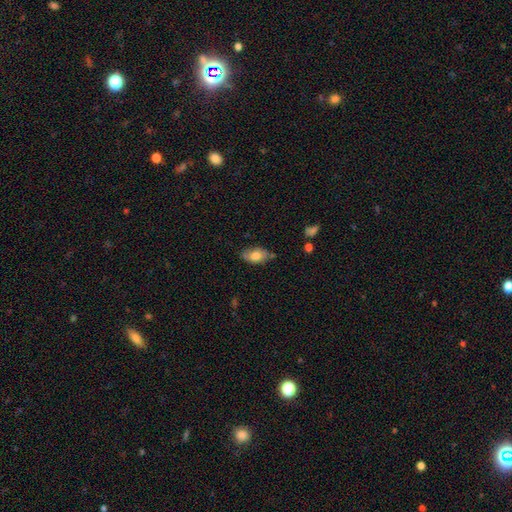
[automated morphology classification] type=smooth (72%); roundness=in between (91%); merging=none (68%).